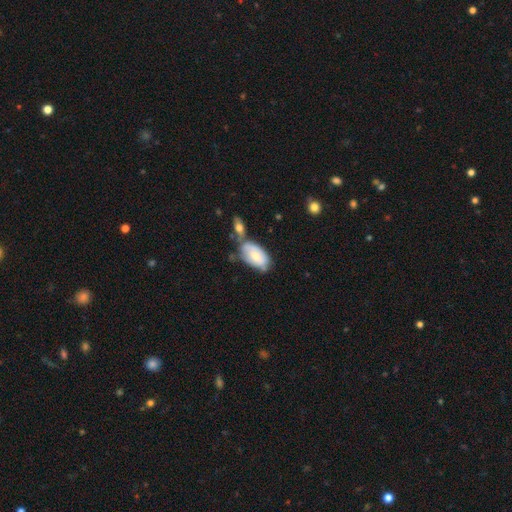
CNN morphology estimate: A smooth galaxy with no disk features (61%) that is in between round and cigar-shaped (93%).

Vote fractions:
- Smooth or featured? smooth: 61% / featured or disk: 33% / star or artifact: 6%
- How rounded? in between: 93% / round: 4% / cigar-shaped: 2%
- Merging? none: 38% / merger: 32% / minor disturbance: 22% / major disturbance: 8%